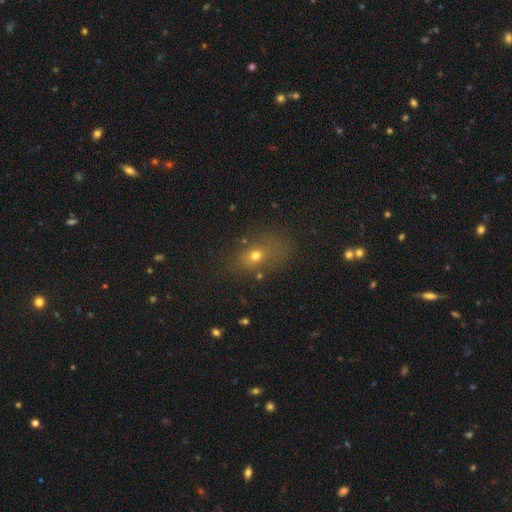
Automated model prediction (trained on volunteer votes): Q: Smooth or featured?
A: smooth (65%); runner-up: star or artifact (19%)
Q: How rounded?
A: in between (61%); runner-up: round (36%)
Q: Merging?
A: none (65%); runner-up: minor disturbance (19%)